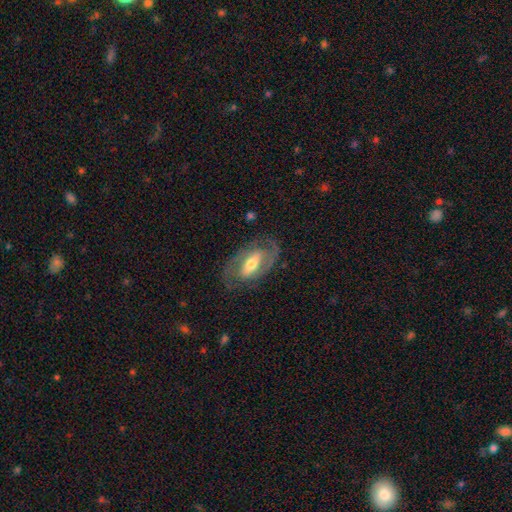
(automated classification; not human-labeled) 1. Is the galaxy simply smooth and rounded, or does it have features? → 77% featured or disk, 17% smooth, 6% star or artifact.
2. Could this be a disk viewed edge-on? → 93% no, 7% yes.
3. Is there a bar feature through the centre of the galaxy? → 42% strong, 36% weak, 22% no.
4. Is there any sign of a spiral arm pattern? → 81% yes, 19% no.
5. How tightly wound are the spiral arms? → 43% tight (tied), 43% medium (tied), 14% loose.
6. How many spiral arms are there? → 83% 2, 10% can't tell, 4% 1, 1% 3, 1% 4, 1% more than 4.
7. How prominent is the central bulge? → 63% moderate, 23% small, 12% large, 1% none, 1% dominant.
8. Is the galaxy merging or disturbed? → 78% none, 14% minor disturbance, 8% major disturbance, 1% merger.